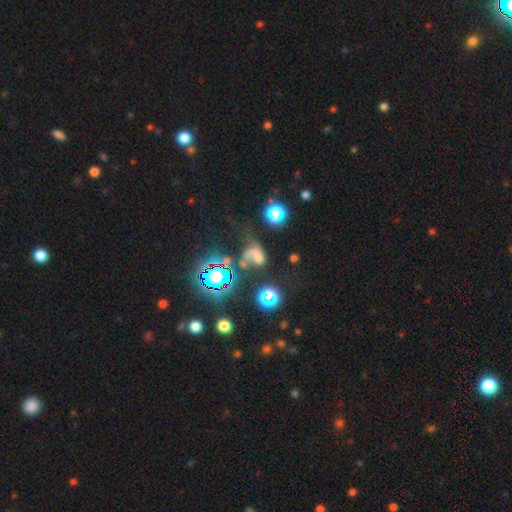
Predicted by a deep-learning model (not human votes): A star or artifact, not a galaxy (35%).

Vote fractions:
- Smooth or featured? star or artifact: 35% / featured or disk: 33% / smooth: 32%